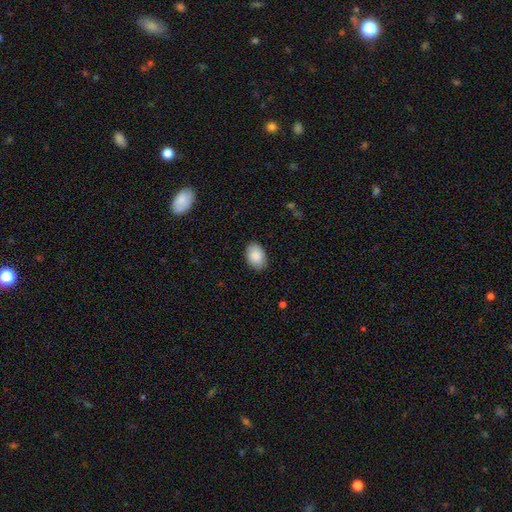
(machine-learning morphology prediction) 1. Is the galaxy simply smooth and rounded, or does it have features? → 88% smooth, 6% star or artifact, 6% featured or disk.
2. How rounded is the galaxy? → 86% in between, 13% round, 1% cigar-shaped.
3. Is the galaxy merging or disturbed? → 85% none, 12% minor disturbance, 2% major disturbance, 1% merger.